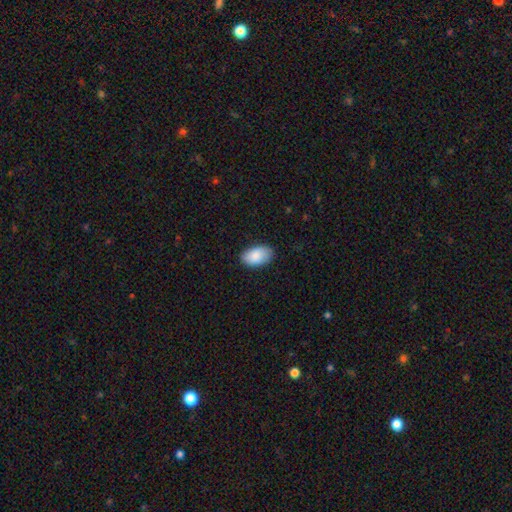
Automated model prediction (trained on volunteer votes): The model was most divided on "merging": none: 85%, minor disturbance: 12%, major disturbance: 2%, merger: 1%. More confident: how rounded — in between (95%); smooth or featured — smooth (88%).